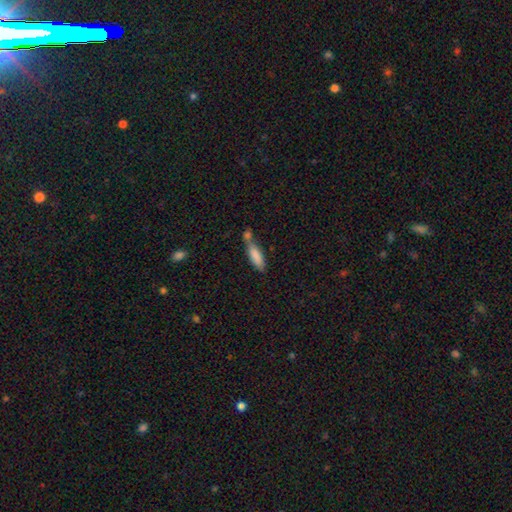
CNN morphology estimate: Overall: smooth (83%). How rounded: cigar-shaped (50%; in between 48%). Merging: merger (41%; none 36%).